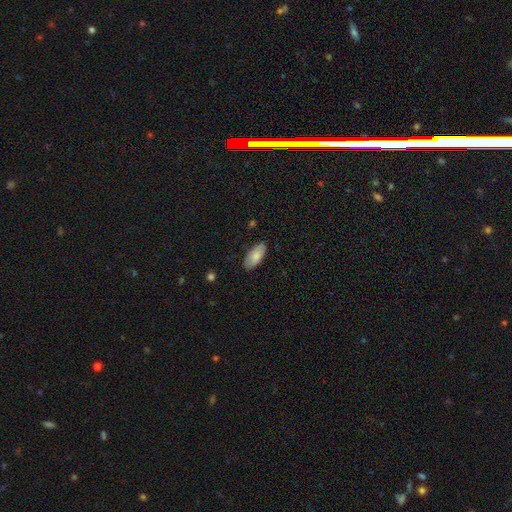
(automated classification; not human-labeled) Smooth or featured?
  - smooth: 83% *
  - featured or disk: 12%
  - star or artifact: 6%
How rounded?
  - in between: 91% *
  - cigar-shaped: 8%
  - round: 2%
Merging?
  - none: 85% *
  - minor disturbance: 12%
  - major disturbance: 2%
  - merger: 1%